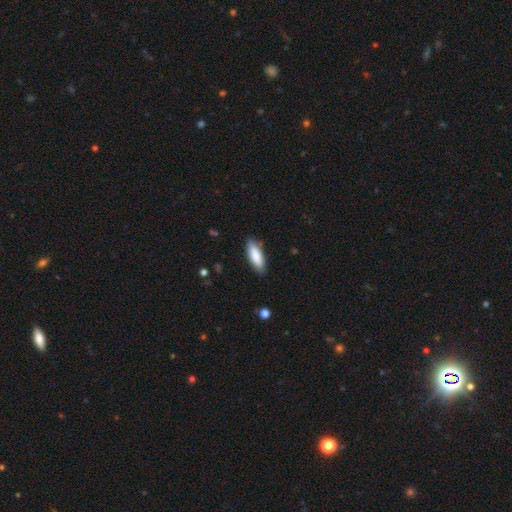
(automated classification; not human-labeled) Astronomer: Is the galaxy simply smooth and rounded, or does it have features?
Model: smooth — 86%.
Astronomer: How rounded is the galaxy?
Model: in between — 63%.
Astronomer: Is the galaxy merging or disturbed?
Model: none — 84%.